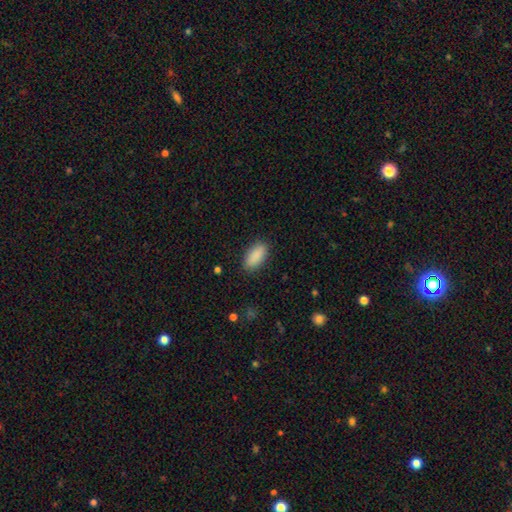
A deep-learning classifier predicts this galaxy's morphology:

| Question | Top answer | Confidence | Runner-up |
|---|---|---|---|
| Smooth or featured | smooth | 90% | star or artifact (7%) |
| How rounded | in between | 89% | cigar-shaped (8%) |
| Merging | none | 87% | minor disturbance (9%) |